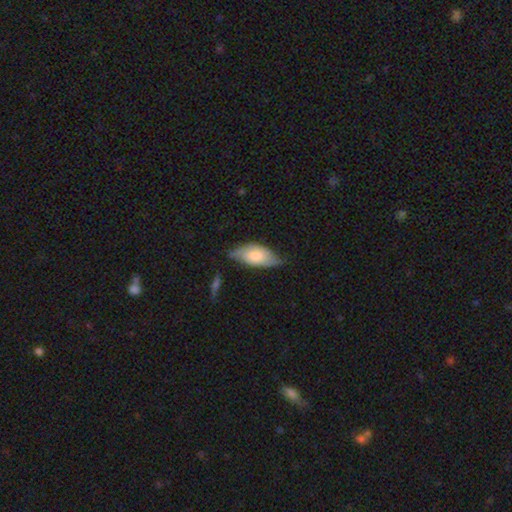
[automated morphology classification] Smooth or featured?
  - smooth: 64% *
  - featured or disk: 31%
  - star or artifact: 6%
How rounded?
  - in between: 88% *
  - cigar-shaped: 9%
  - round: 3%
Merging?
  - none: 52% *
  - minor disturbance: 37%
  - major disturbance: 8%
  - merger: 3%